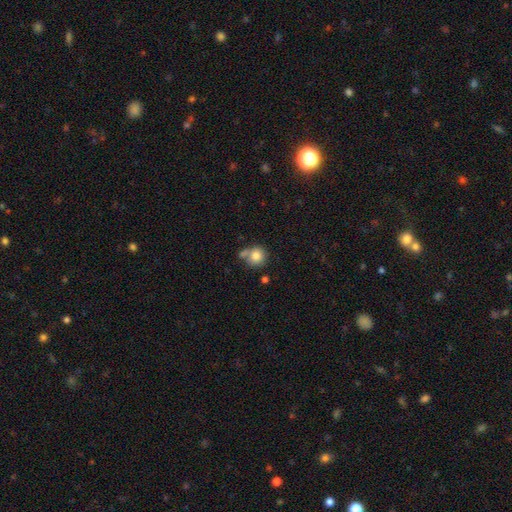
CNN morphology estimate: smooth-or-featured: smooth: 81% | featured or disk: 10% | star or artifact: 9%
  how-rounded: round: 87% | in between: 12% | cigar-shaped: 1%
  merging: none: 53% | merger: 26% | minor disturbance: 15% | major disturbance: 6%